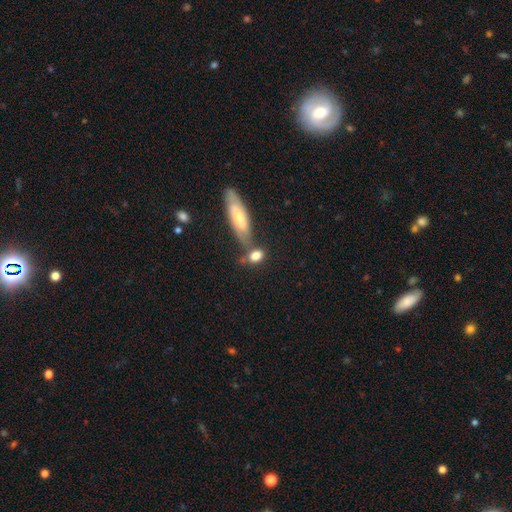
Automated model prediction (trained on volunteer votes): A smooth galaxy with no disk features (78%) that is in between round and cigar-shaped (62%).

Vote fractions:
- Smooth or featured? smooth: 78% / featured or disk: 14% / star or artifact: 8%
- How rounded? in between: 62% / round: 26% / cigar-shaped: 12%
- Merging? none: 54% / merger: 24% / minor disturbance: 15% / major disturbance: 6%